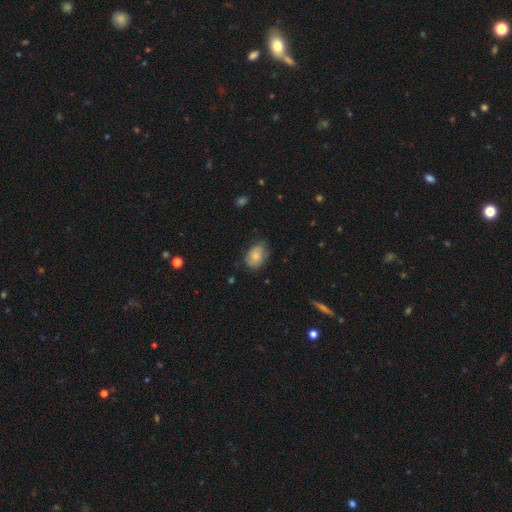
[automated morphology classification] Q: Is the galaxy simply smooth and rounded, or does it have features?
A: smooth — 77%.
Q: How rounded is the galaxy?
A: in between — 75%.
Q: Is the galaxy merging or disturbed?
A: none — 61%.